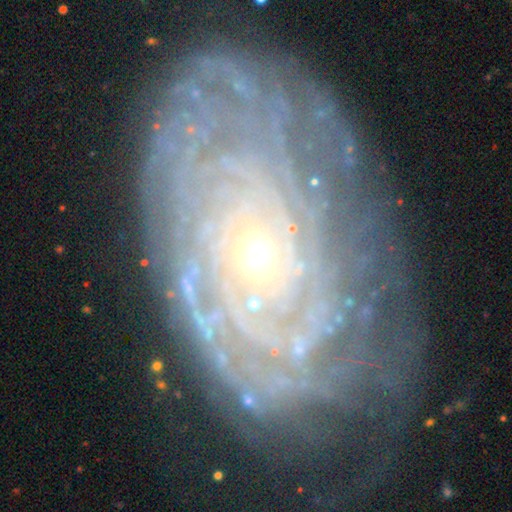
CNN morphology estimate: Q: Smooth or featured?
A: featured or disk (82%); runner-up: smooth (10%)
Q: Edge-on disk?
A: no (94%); runner-up: yes (6%)
Q: Bar?
A: no (81%); runner-up: weak (13%)
Q: Spiral arms?
A: yes (91%); runner-up: no (9%)
Q: Spiral winding?
A: tight (84%); runner-up: medium (12%)
Q: Spiral arm count?
A: can't tell (45%); runner-up: more than 4 (19%)
Q: Bulge size?
A: small (77%); runner-up: moderate (19%)
Q: Merging?
A: none (74%); runner-up: minor disturbance (17%)